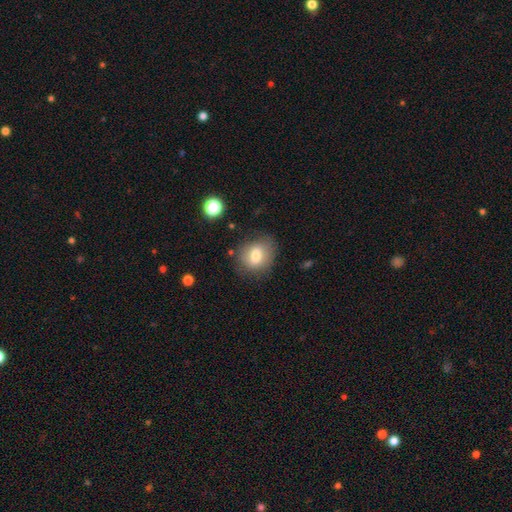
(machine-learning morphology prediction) A smooth galaxy with no disk features (75%) that is round (58%).

Vote fractions:
- Smooth or featured? smooth: 75% / featured or disk: 16% / star or artifact: 9%
- How rounded? round: 58% / in between: 41% / cigar-shaped: 1%
- Merging? none: 72% / minor disturbance: 20% / major disturbance: 7% / merger: 2%